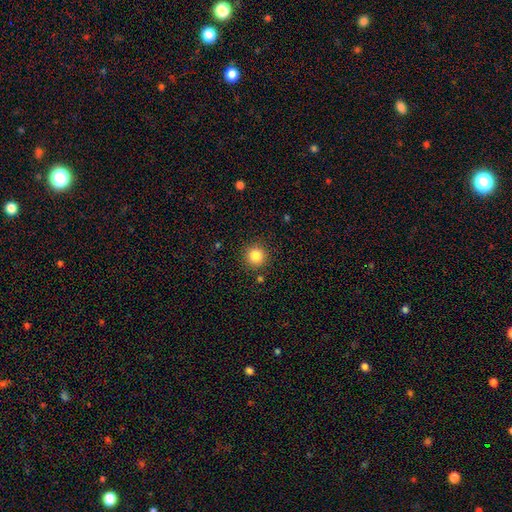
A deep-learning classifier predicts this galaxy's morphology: smooth-or-featured: smooth: 84% | star or artifact: 11% | featured or disk: 5%
  how-rounded: round: 95% | in between: 4% | cigar-shaped: 1%
  merging: none: 89% | minor disturbance: 6% | major disturbance: 2% | merger: 2%